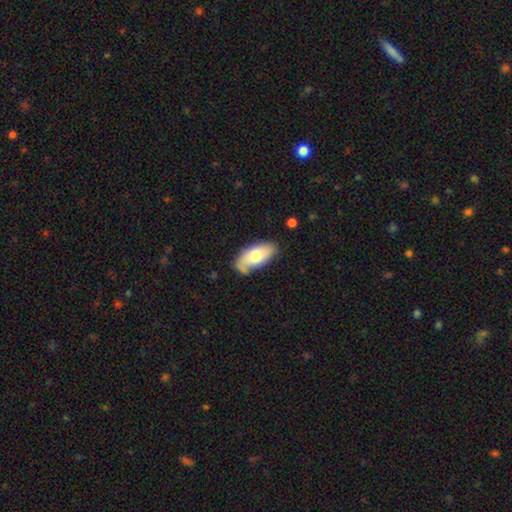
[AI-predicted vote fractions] Smooth or featured: smooth — 64% (featured or disk — 31%)
How rounded: in between — 92% (cigar-shaped — 5%)
Merging: none — 60% (minor disturbance — 26%)